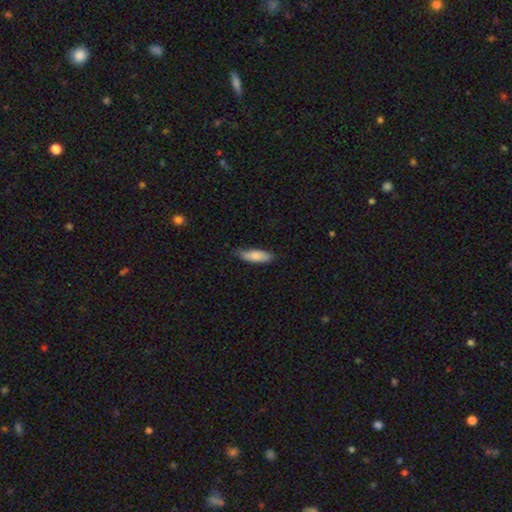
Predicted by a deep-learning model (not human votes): This appears to be a smooth galaxy with no disk features (84%) that is in between round and cigar-shaped (55%). Merging: none (72%).